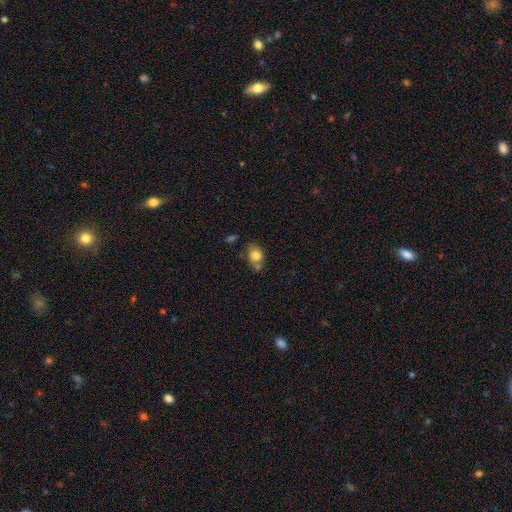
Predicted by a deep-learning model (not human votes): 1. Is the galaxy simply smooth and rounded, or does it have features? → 78% smooth, 13% featured or disk, 9% star or artifact.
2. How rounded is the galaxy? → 64% in between, 35% round, 1% cigar-shaped.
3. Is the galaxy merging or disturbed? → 52% none, 22% minor disturbance, 20% merger, 6% major disturbance.